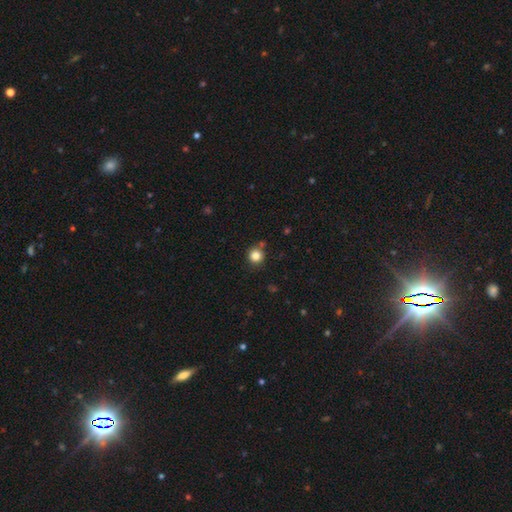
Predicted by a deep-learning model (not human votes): Smooth or featured? smooth (83%)
How rounded? round (93%)
Merging? none (82%)